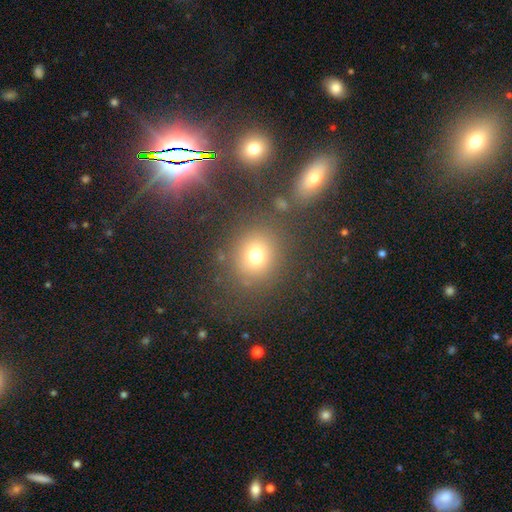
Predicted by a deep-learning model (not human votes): This is likely a smooth galaxy (71%). How rounded: likely round (75%). Merging: likely none (78%).